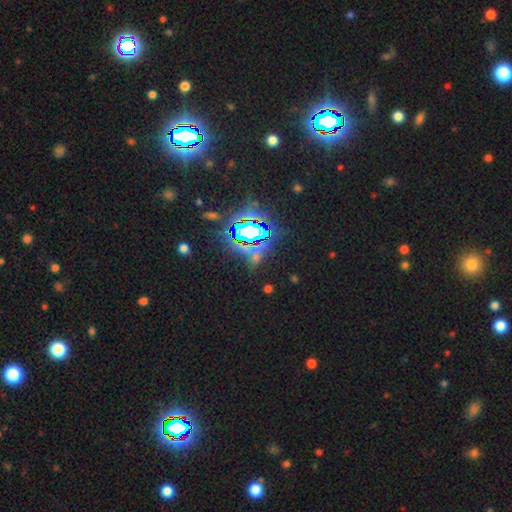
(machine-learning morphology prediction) A star or artifact, not a galaxy (76%).

Vote fractions:
- Smooth or featured? star or artifact: 76% / smooth: 14% / featured or disk: 10%